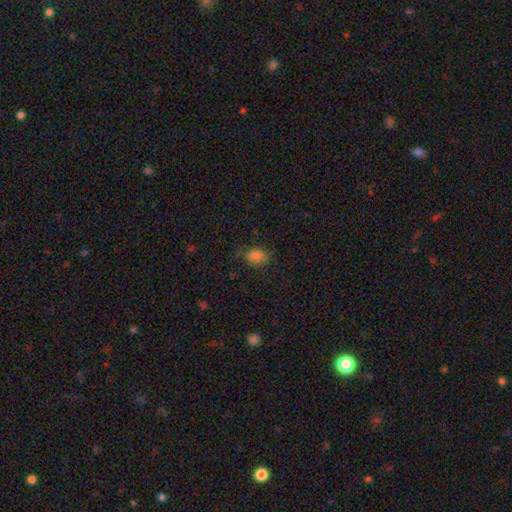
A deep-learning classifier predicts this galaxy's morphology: A smooth galaxy with no disk features (79%) that is in between round and cigar-shaped (68%). Merging: none (69%).